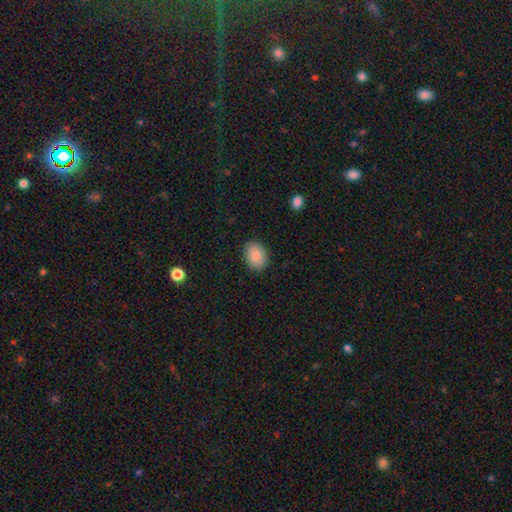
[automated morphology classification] This appears to be a smooth galaxy with no disk features (87%) that is in between round and cigar-shaped (76%). Merging: none (88%).